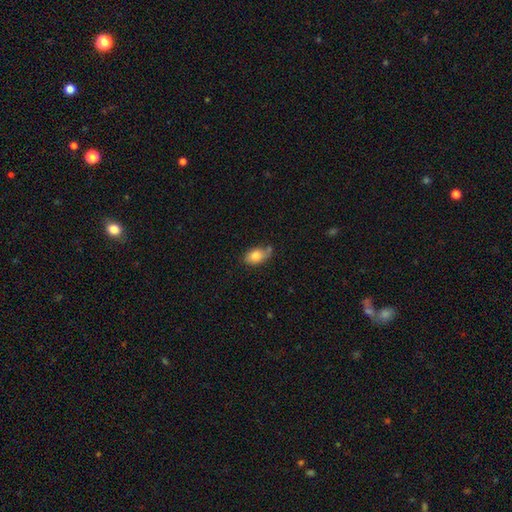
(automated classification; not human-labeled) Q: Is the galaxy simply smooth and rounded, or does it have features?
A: smooth — 82%.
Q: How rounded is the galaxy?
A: in between — 87%.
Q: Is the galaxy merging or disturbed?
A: none — 58%.